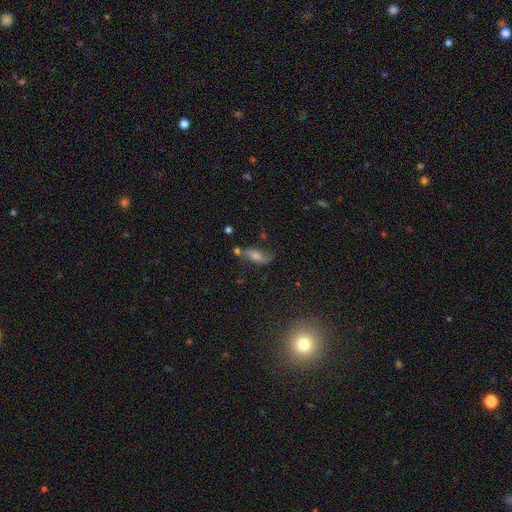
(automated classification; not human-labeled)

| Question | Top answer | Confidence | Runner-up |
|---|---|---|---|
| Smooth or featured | featured or disk | 43% | smooth (41%) |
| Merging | none | 59% | minor disturbance (22%) |